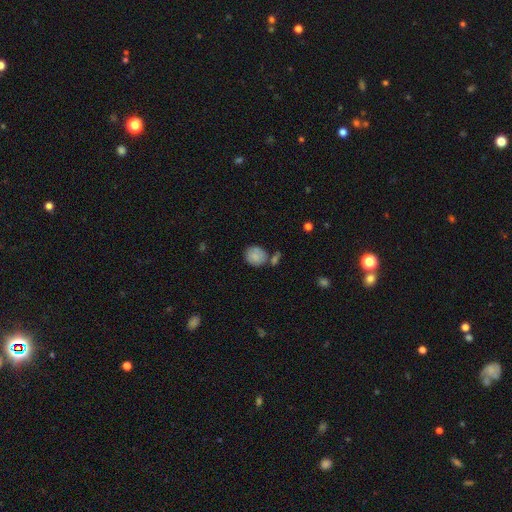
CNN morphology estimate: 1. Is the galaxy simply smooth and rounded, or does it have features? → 84% smooth, 8% featured or disk, 8% star or artifact.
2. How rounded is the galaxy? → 76% round, 23% in between, 1% cigar-shaped.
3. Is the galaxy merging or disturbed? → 60% none, 18% merger, 17% minor disturbance, 5% major disturbance.